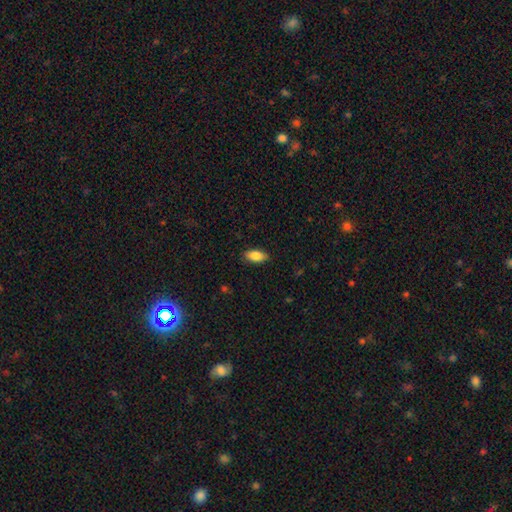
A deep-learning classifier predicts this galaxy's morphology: Smooth or featured? Predicted: smooth (p=0.85). How rounded? Predicted: in between (p=0.90). Merging? Predicted: none (p=0.88).